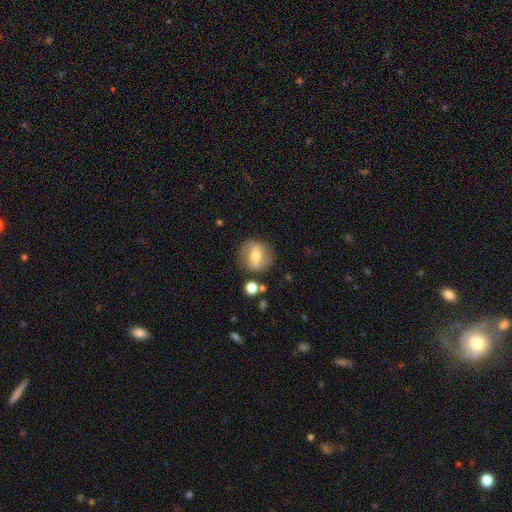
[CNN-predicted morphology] Overall: smooth (54%; featured or disk 38%). How rounded: round (84%). Merging: none (82%).